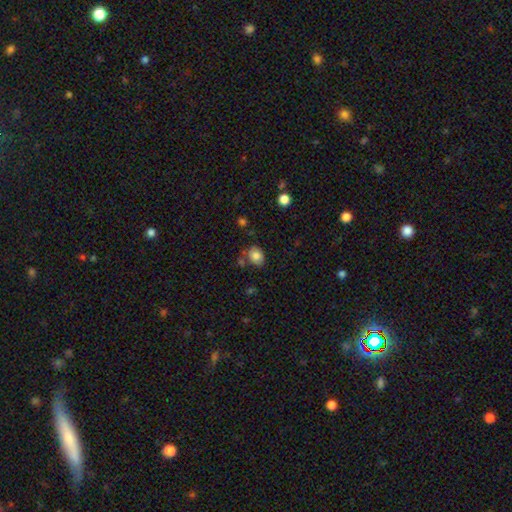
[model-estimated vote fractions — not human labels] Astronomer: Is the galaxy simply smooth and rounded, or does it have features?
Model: smooth — 83%.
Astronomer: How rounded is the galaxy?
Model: in between — 55% (runner-up: round, 44%).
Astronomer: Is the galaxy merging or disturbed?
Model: none — 69%.